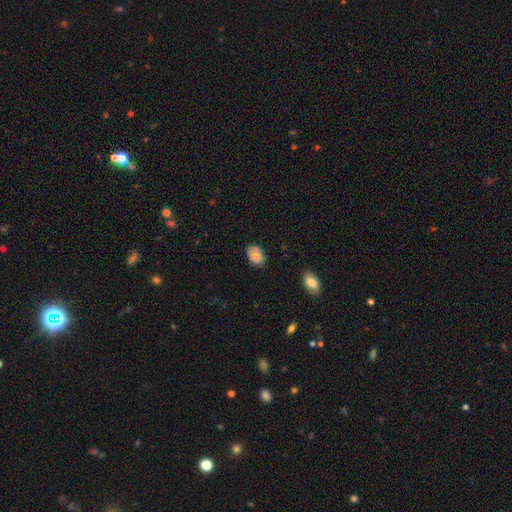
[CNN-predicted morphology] A smooth galaxy with no disk features (82%) that is in between round and cigar-shaped (82%).

Vote fractions:
- Smooth or featured? smooth: 82% / featured or disk: 10% / star or artifact: 7%
- How rounded? in between: 82% / round: 16% / cigar-shaped: 1%
- Merging? none: 79% / minor disturbance: 17% / major disturbance: 3% / merger: 2%